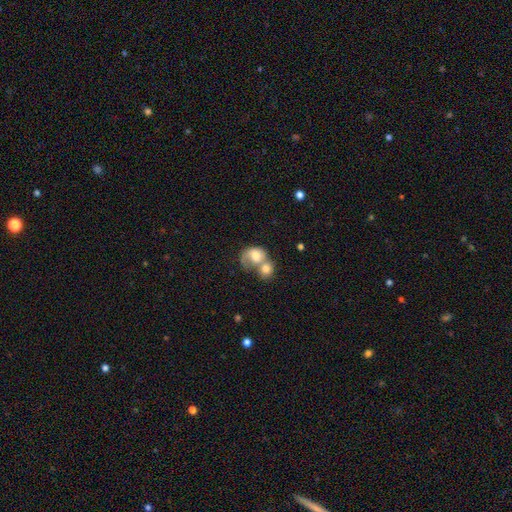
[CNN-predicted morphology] smooth 59%, featured or disk 34%, star or artifact 7%. Down the decision tree: how rounded — round (58%); merging — merger (74%).